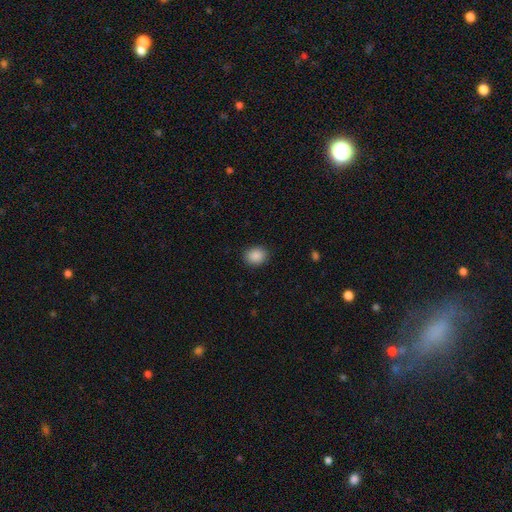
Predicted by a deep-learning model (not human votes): The model was most divided on "how rounded": round: 54%, in between: 45%, cigar-shaped: 1%. More confident: merging — none (89%); smooth or featured — smooth (89%).